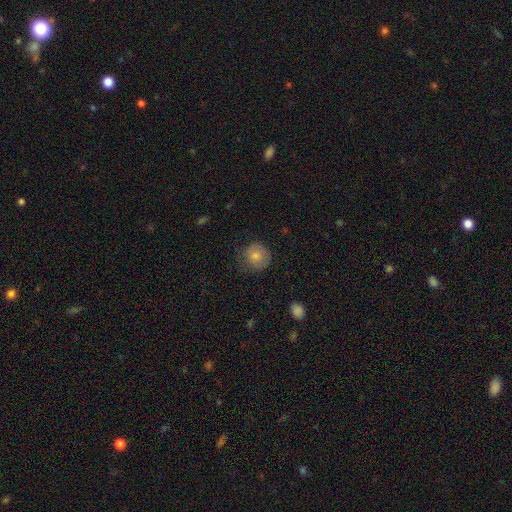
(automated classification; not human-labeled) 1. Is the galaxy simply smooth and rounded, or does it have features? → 80% smooth, 12% featured or disk, 8% star or artifact.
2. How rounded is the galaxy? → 88% round, 11% in between, 1% cigar-shaped.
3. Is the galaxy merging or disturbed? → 69% none, 23% minor disturbance, 7% major disturbance, 1% merger.